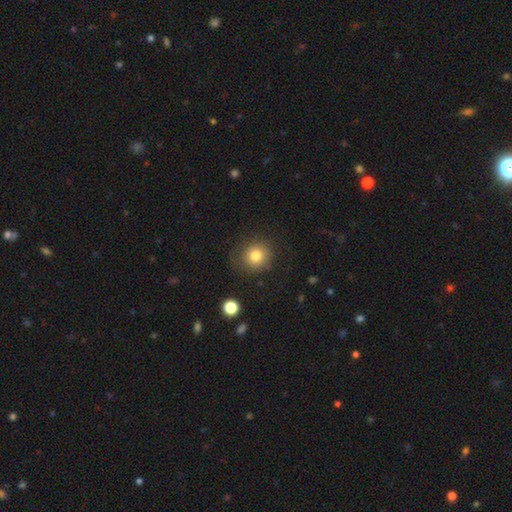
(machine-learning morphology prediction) Q: Smooth or featured?
A: smooth (80%); runner-up: star or artifact (11%)
Q: How rounded?
A: round (87%); runner-up: in between (12%)
Q: Merging?
A: none (77%); runner-up: minor disturbance (15%)